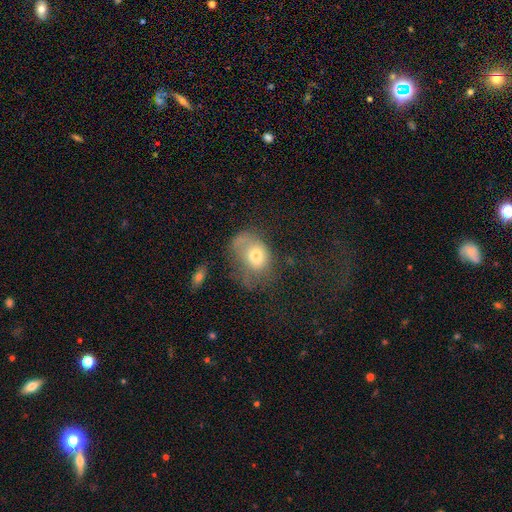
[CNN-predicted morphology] A smooth galaxy with no disk features (64%) that is in between round and cigar-shaped (62%). Merging: major disturbance (41%).